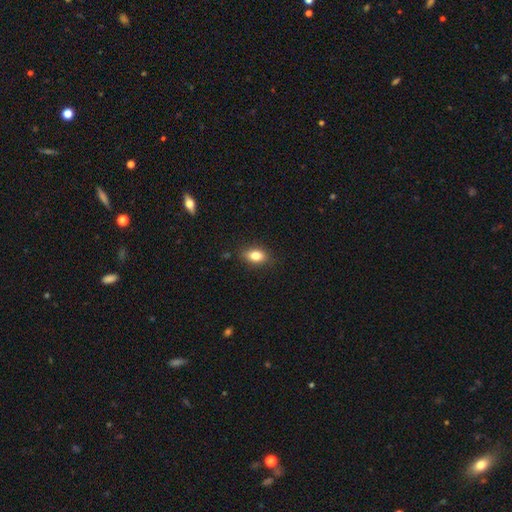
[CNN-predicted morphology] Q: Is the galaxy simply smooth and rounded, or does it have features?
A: smooth — 81%.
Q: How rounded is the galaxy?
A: in between — 82%.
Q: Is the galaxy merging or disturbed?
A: none — 85%.